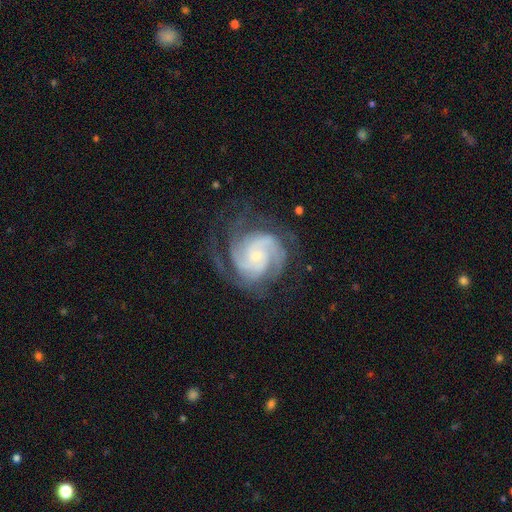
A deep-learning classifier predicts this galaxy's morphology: A featured or disk galaxy (90%) with no bar (66%), 3 (35%) tight (61%) spiral arms (98%) and a small central bulge (73%).

Vote fractions:
- Smooth or featured? featured or disk: 90% / star or artifact: 5% / smooth: 5%
- Edge-on disk? no: 98% / yes: 2%
- Bar? no: 66% / weak: 27% / strong: 7%
- Spiral arms? yes: 98% / no: 2%
- Spiral winding? tight: 61% / medium: 34% / loose: 5%
- Spiral arm count? 3: 35% / 2: 28% / can't tell: 14% / 4: 12% / more than 4: 6% / 1: 6%
- Bulge size? small: 73% / moderate: 22% / none: 3% / large: 2% / dominant: 1%
- Merging? none: 69% / minor disturbance: 17% / major disturbance: 12% / merger: 1%